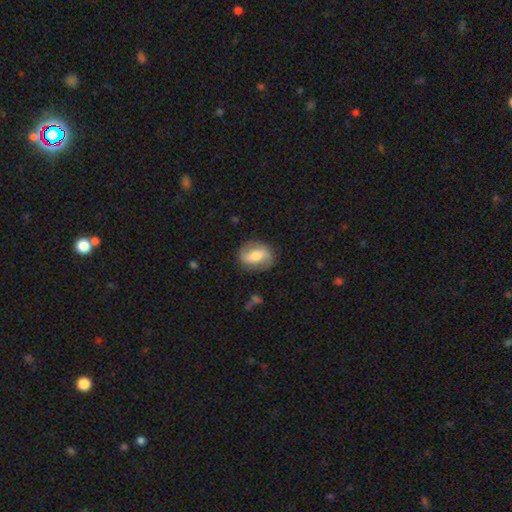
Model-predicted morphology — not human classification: smooth-or-featured: smooth: 47% (tied) | featured or disk: 47% (tied) | star or artifact: 7%
  merging: none: 80% | minor disturbance: 14% | major disturbance: 5% | merger: 1%